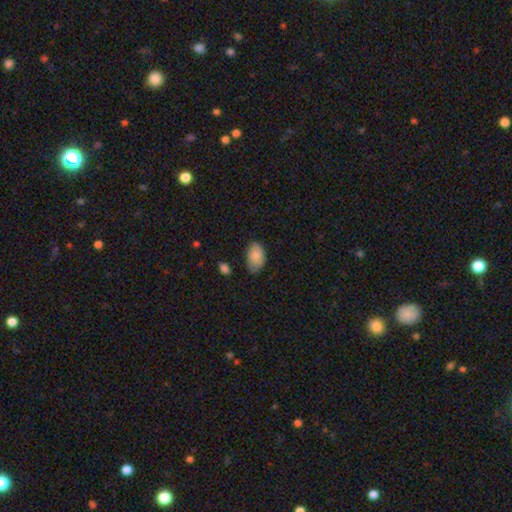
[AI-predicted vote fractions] smooth_or_featured: smooth (p=0.86) [alt: featured or disk p=0.08]
how_rounded: in between (p=0.92) [alt: round p=0.07]
merging: none (p=0.72) [alt: minor disturbance p=0.22]